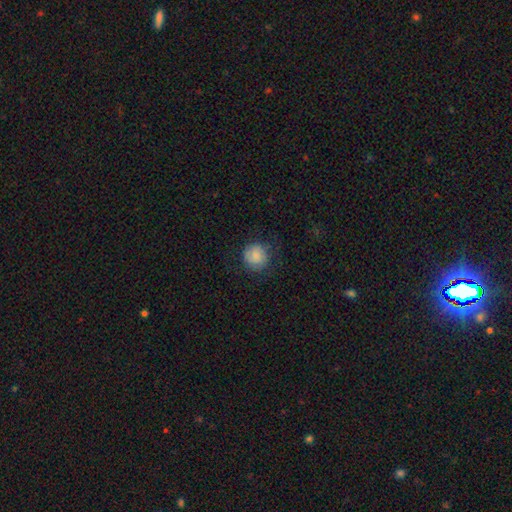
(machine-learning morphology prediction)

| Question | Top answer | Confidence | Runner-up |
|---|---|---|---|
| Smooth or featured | smooth | 80% | featured or disk (12%) |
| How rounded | round | 90% | in between (9%) |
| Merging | none | 73% | minor disturbance (18%) |